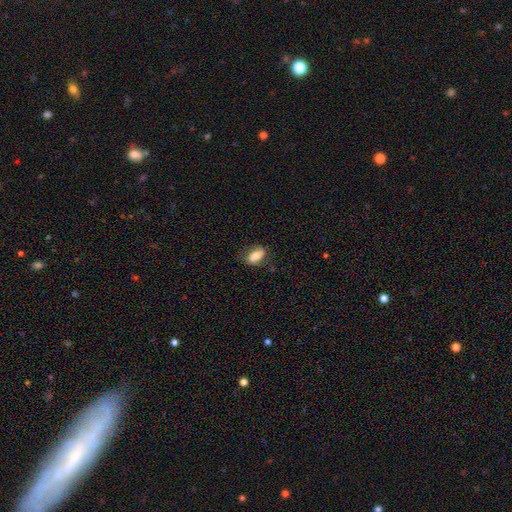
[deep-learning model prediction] smooth-or-featured: smooth: 71% | featured or disk: 22% | star or artifact: 8%
  how-rounded: in between: 88% | round: 7% | cigar-shaped: 5%
  merging: none: 69% | minor disturbance: 23% | major disturbance: 7% | merger: 2%